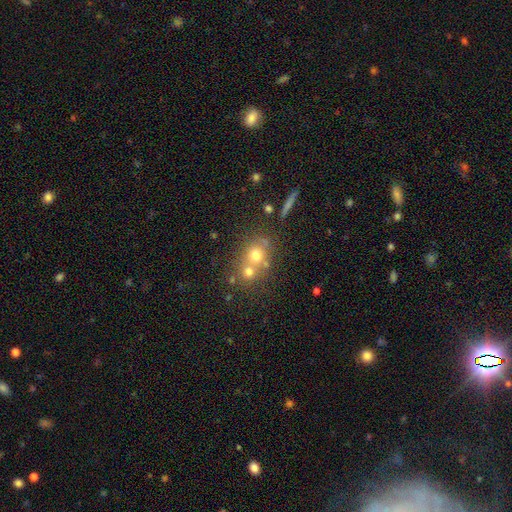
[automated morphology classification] Smooth or featured? smooth (64%)
How rounded? round (76%)
Merging? merger (47%)